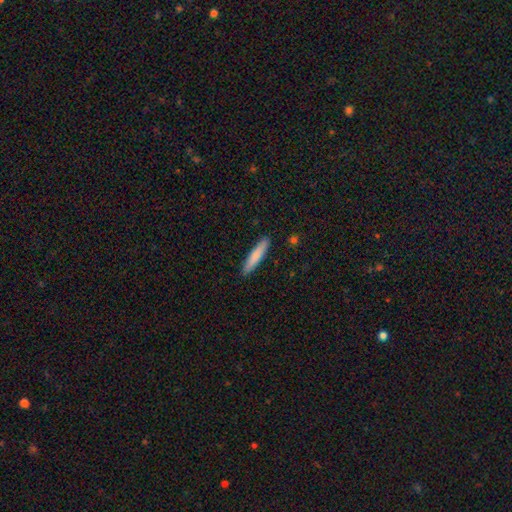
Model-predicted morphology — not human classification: This appears to be a smooth galaxy with no disk features (80%) that is cigar-shaped (90%). Merging: none (91%).